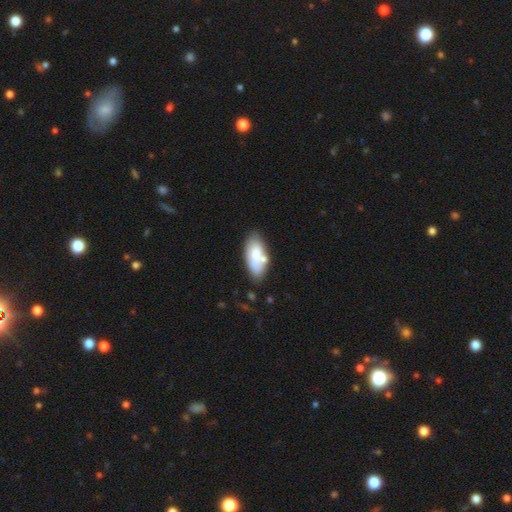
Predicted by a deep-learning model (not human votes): smooth-or-featured: smooth: 73% | featured or disk: 20% | star or artifact: 6%
  how-rounded: in between: 89% | cigar-shaped: 9% | round: 2%
  merging: none: 62% | minor disturbance: 19% | merger: 15% | major disturbance: 5%